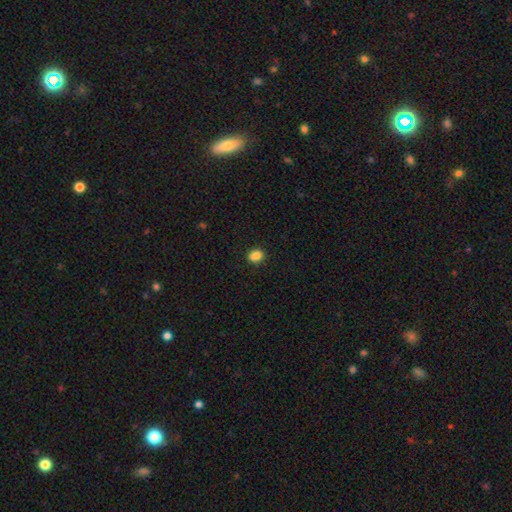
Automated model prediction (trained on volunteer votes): Q: Smooth or featured?
A: smooth (87%); runner-up: star or artifact (10%)
Q: How rounded?
A: in between (51%); runner-up: round (48%)
Q: Merging?
A: none (88%); runner-up: minor disturbance (8%)